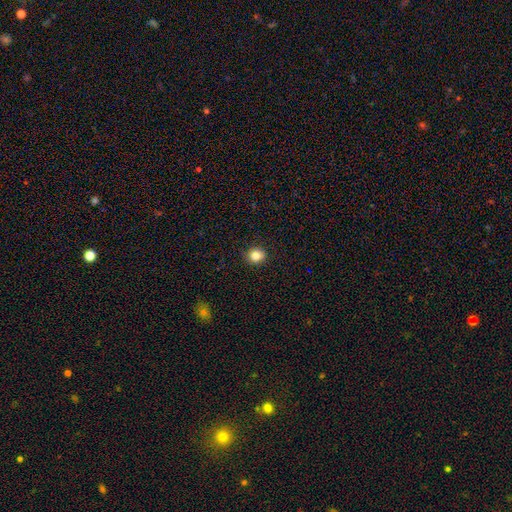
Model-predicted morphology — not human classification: A smooth galaxy with no disk features (83%) that is round (82%).

Vote fractions:
- Smooth or featured? smooth: 83% / star or artifact: 11% / featured or disk: 6%
- How rounded? round: 82% / in between: 17% / cigar-shaped: 1%
- Merging? none: 91% / minor disturbance: 6% / major disturbance: 2% / merger: 1%